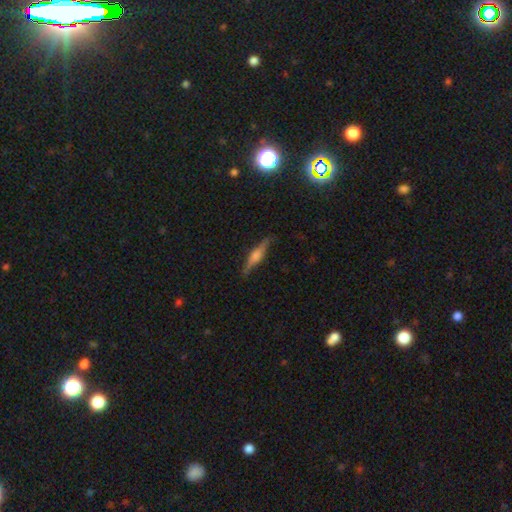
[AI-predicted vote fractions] This appears to be a featured or disk galaxy (64%) viewed edge-on (97%) with a rounded central bulge (69%). Merging: none (86%).